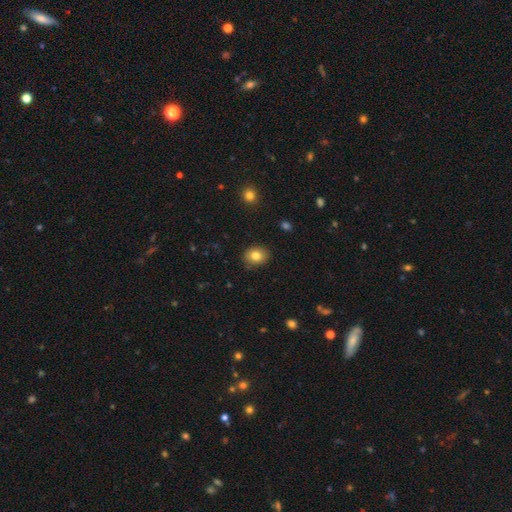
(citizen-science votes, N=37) Overall: smooth (76%). How rounded: in between (61%; round 39%). Merging: none (86%).